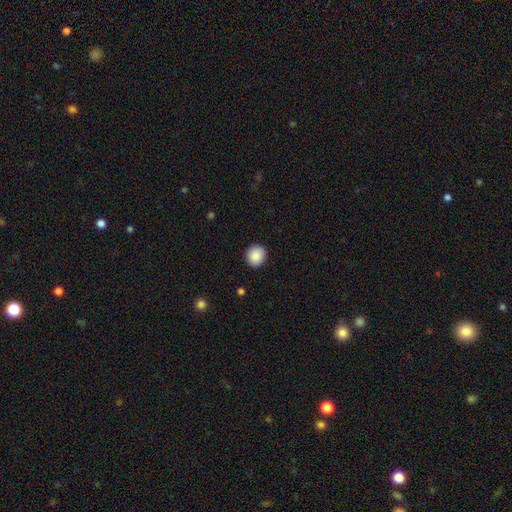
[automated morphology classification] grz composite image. It shows a smooth galaxy with no disk features (89%) that is round (85%). Merging: none (90%).